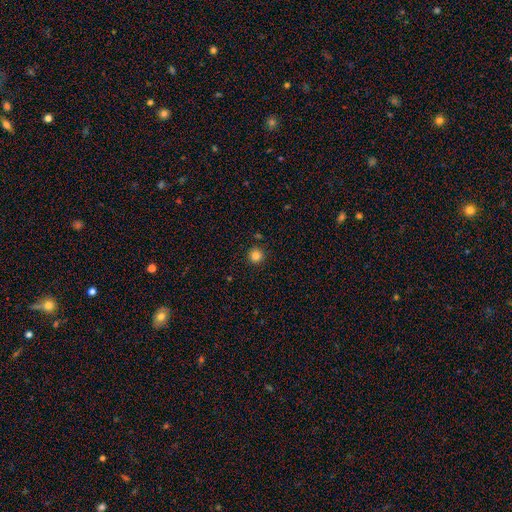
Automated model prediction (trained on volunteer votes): The model was most divided on "smooth or featured": smooth: 84%, star or artifact: 12%, featured or disk: 4%. More confident: how rounded — round (96%); merging — none (91%).